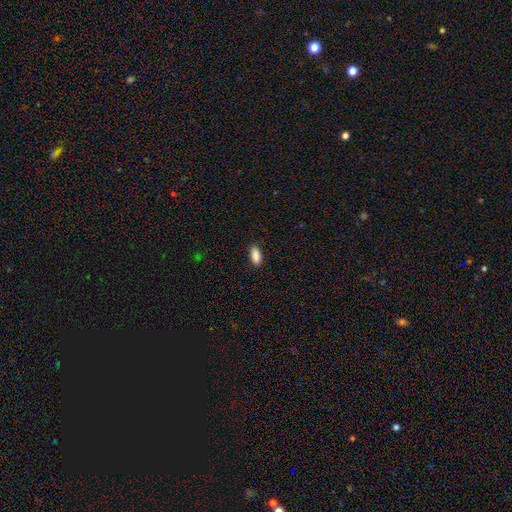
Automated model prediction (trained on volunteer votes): A smooth galaxy with no disk features (90%) that is in between round and cigar-shaped (89%).

Vote fractions:
- Smooth or featured? smooth: 90% / star or artifact: 7% / featured or disk: 3%
- How rounded? in between: 89% / cigar-shaped: 9% / round: 2%
- Merging? none: 89% / minor disturbance: 8% / major disturbance: 2% / merger: 1%